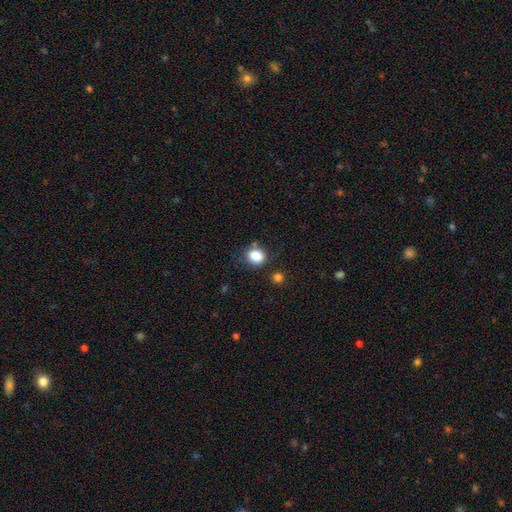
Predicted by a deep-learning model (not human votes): Q: Smooth or featured?
A: smooth (84%); runner-up: star or artifact (10%)
Q: How rounded?
A: round (66%); runner-up: in between (33%)
Q: Merging?
A: none (75%); runner-up: minor disturbance (14%)